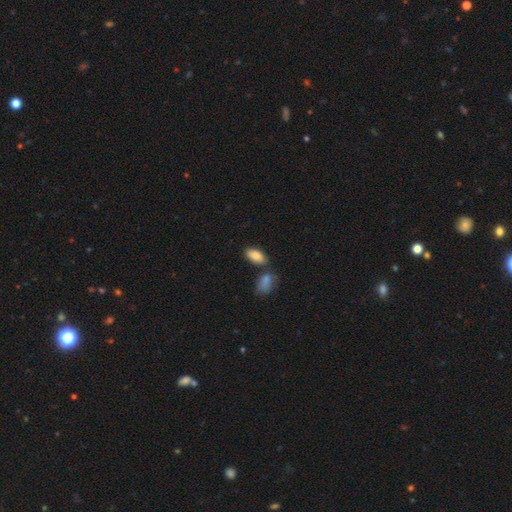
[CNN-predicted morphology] This appears to be a smooth galaxy with no disk features (86%) that is in between round and cigar-shaped (92%). Merging: none (65%).